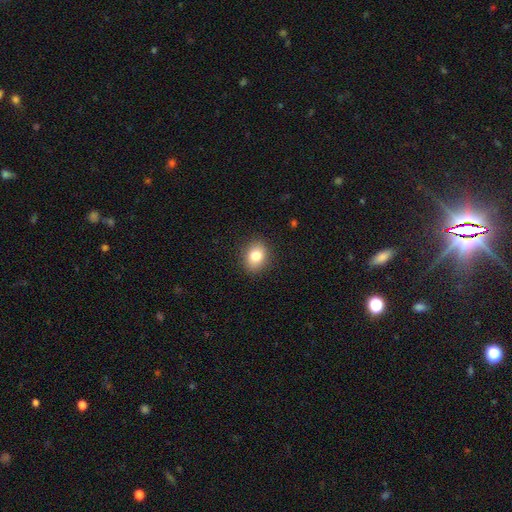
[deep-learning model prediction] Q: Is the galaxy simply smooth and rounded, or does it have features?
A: smooth — 82%.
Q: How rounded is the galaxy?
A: in between — 56%.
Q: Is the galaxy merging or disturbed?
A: none — 88%.